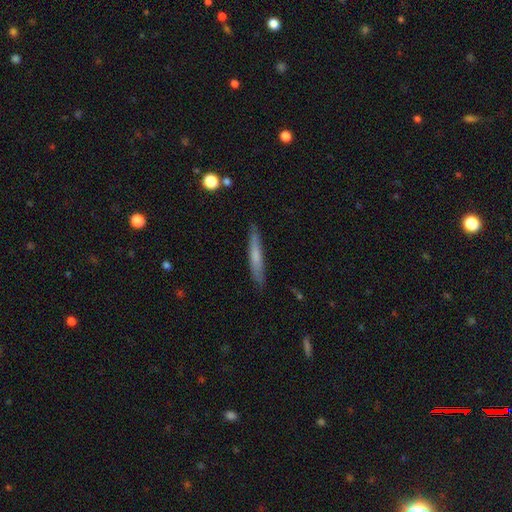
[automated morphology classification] Smooth or featured? Predicted: smooth (p=0.59). How rounded? Predicted: cigar-shaped (p=0.94). Merging? Predicted: none (p=0.87).